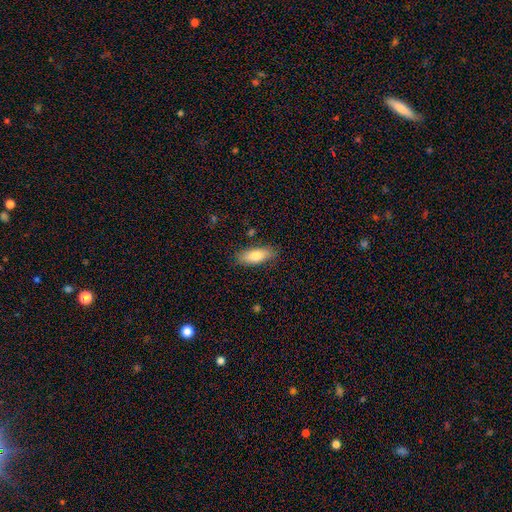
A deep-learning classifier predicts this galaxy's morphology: smooth-or-featured: smooth: 78% | featured or disk: 15% | star or artifact: 6%
  how-rounded: in between: 73% | cigar-shaped: 25% | round: 2%
  merging: none: 84% | minor disturbance: 12% | major disturbance: 3% | merger: 1%